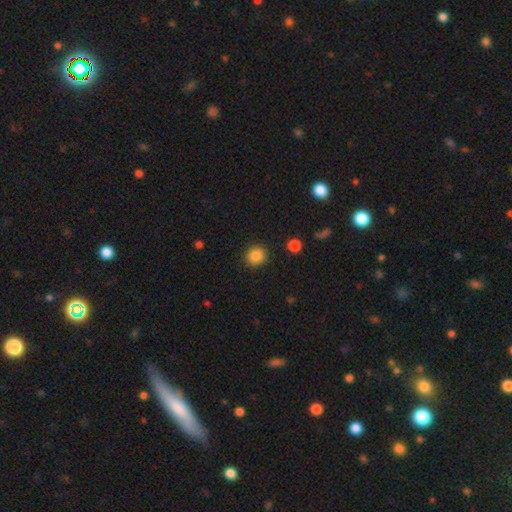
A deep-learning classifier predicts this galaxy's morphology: A smooth galaxy with no disk features (85%) that is round (87%). Merging: none (90%).